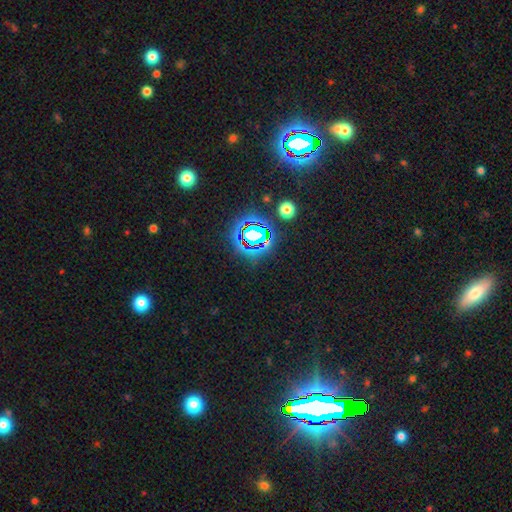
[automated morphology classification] Smooth or featured: star or artifact — 82% (smooth — 10%)